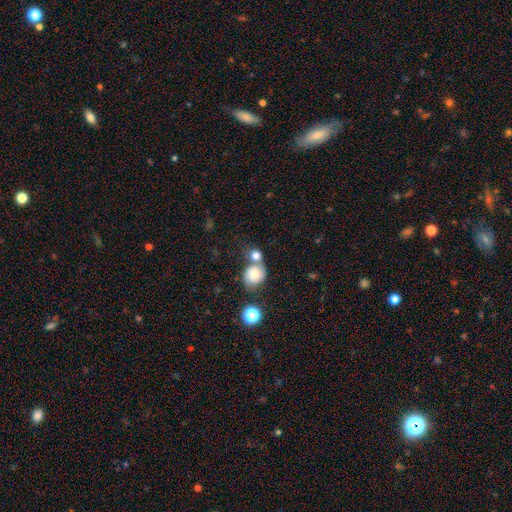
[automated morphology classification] A smooth galaxy with no disk features (74%) that is round (71%). Merging: merger (46%).